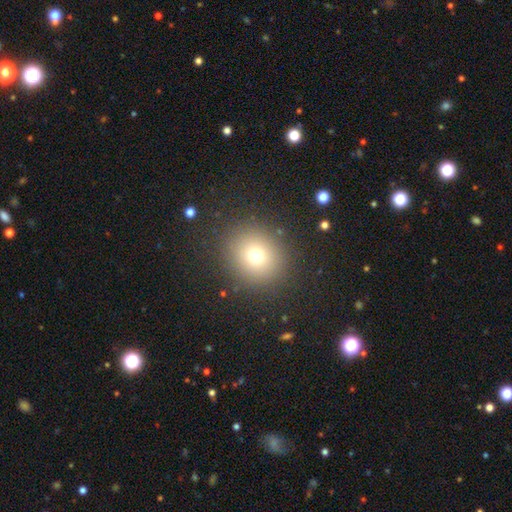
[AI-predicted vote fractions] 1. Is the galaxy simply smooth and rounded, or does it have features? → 72% smooth, 17% star or artifact, 11% featured or disk.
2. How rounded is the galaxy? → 85% round, 14% in between, 1% cigar-shaped.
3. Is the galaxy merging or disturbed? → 88% none, 7% minor disturbance, 4% major disturbance, 1% merger.